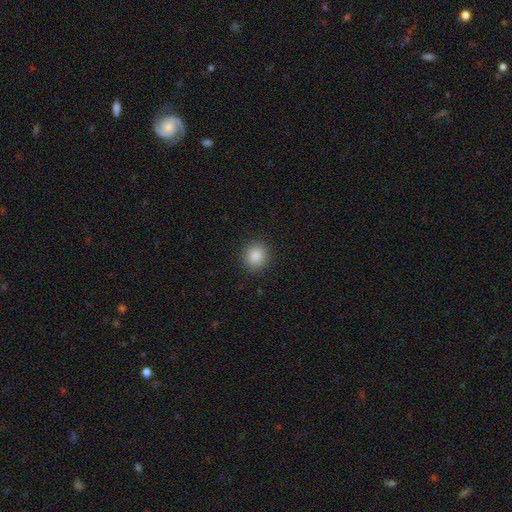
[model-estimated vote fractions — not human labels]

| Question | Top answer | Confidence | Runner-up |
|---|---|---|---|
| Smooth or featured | smooth | 87% | star or artifact (9%) |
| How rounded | round | 85% | in between (14%) |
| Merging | none | 90% | minor disturbance (6%) |